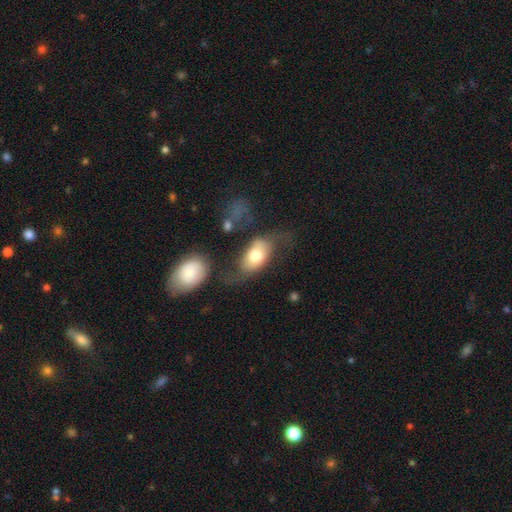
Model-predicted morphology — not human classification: smooth 62%, featured or disk 31%, star or artifact 7%. Down the decision tree: how rounded — in between (87%); merging — none (40%).